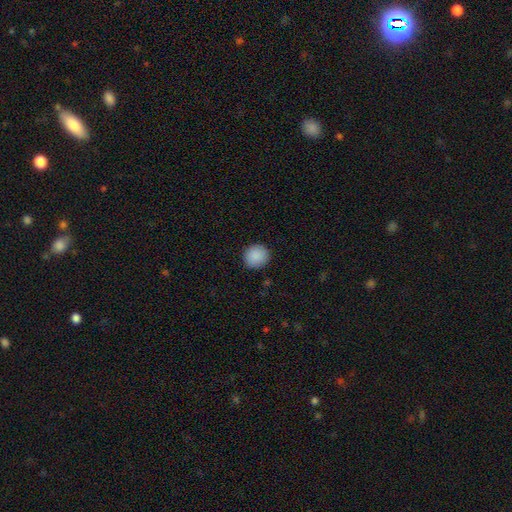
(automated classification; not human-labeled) A smooth galaxy with no disk features (89%) that is round (87%). Merging: none (90%).